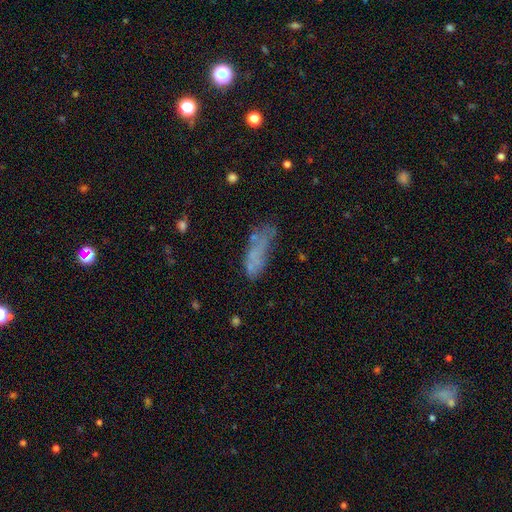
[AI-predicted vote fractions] This appears to be a smooth galaxy with no disk features (52%) that is in between round and cigar-shaped (59%). Merging: none (42%).